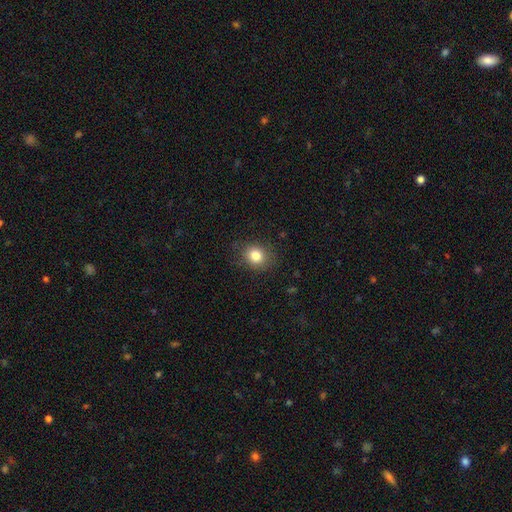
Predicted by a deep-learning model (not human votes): A smooth galaxy with no disk features (82%) that is round (64%). Merging: none (82%).